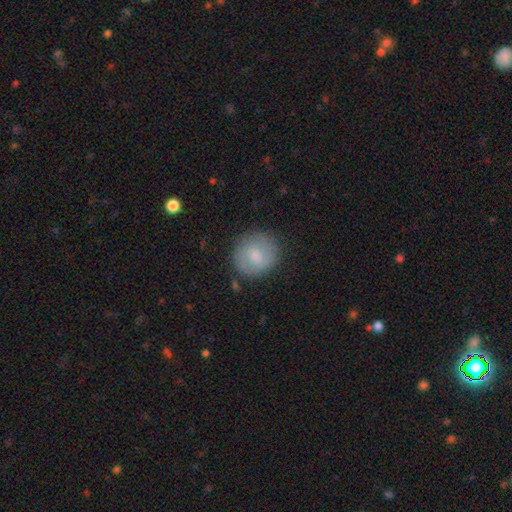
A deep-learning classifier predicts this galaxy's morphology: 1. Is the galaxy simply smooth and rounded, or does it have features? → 70% smooth, 23% featured or disk, 7% star or artifact.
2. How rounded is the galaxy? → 91% round, 8% in between, 1% cigar-shaped.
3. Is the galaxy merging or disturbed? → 83% none, 12% minor disturbance, 4% major disturbance, 2% merger.